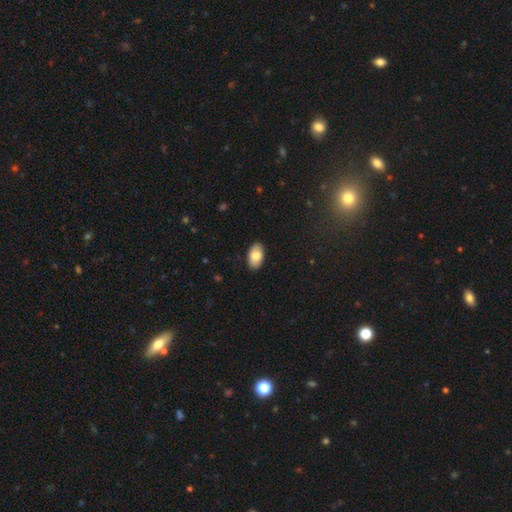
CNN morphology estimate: Smooth or featured? smooth (81%)
How rounded? in between (94%)
Merging? none (88%)